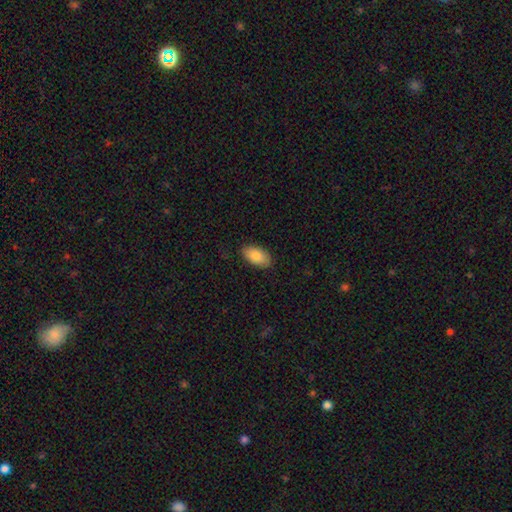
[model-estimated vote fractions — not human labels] This is clearly a smooth galaxy (87%). How rounded: clearly in between (95%). Merging: clearly none (86%).